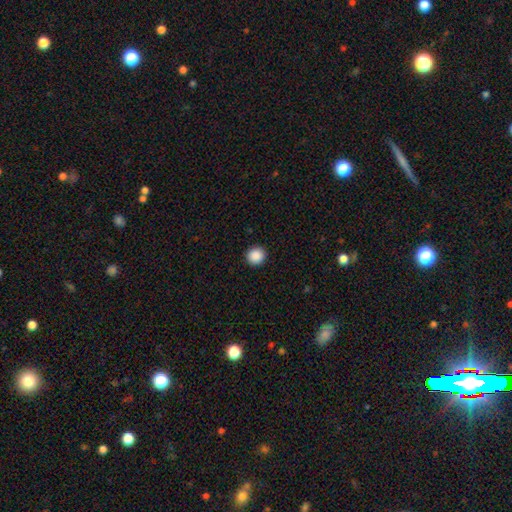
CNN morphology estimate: type=smooth (89%); roundness=round (94%); merging=none (93%).